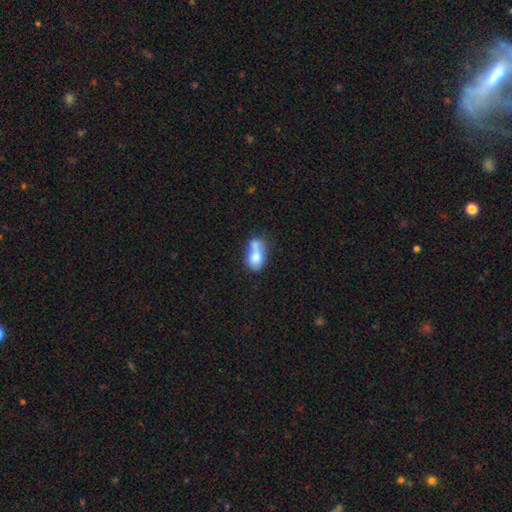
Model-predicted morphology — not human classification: This is likely a smooth galaxy (71%). How rounded: likely in between (79%). Merging: possibly merger (54%).